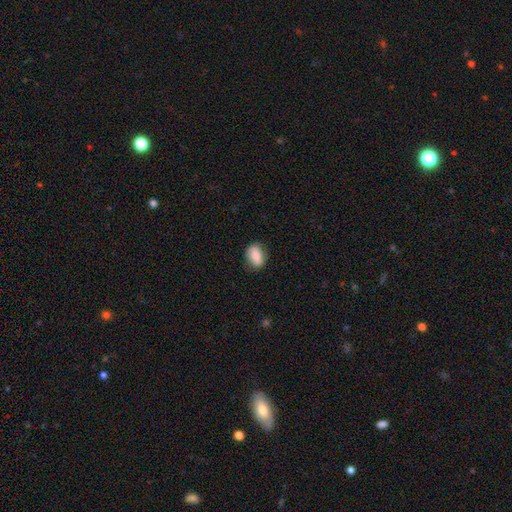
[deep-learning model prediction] smooth-or-featured: smooth: 78% | featured or disk: 15% | star or artifact: 7%
  how-rounded: in between: 75% | round: 23% | cigar-shaped: 2%
  merging: none: 81% | minor disturbance: 15% | major disturbance: 3% | merger: 1%